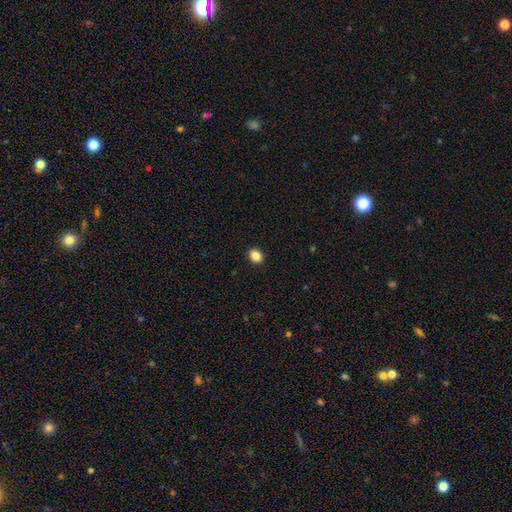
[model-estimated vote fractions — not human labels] This is clearly a smooth galaxy (87%). How rounded: likely in between (62%). Merging: clearly none (91%).